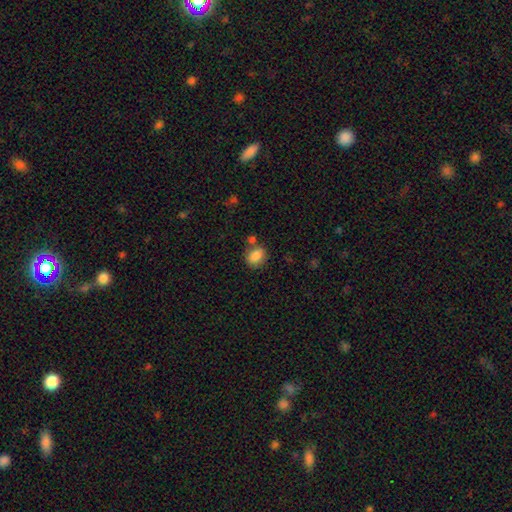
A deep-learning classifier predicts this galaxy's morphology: smooth_or_featured: smooth (p=0.84) [alt: star or artifact p=0.09]
how_rounded: in between (p=0.59) [alt: round p=0.39]
merging: none (p=0.68) [alt: minor disturbance p=0.14]